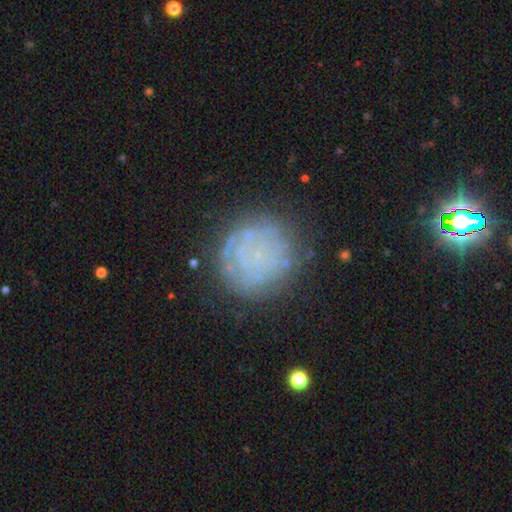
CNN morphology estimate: The model was most divided on "smooth or featured": featured or disk: 46%, smooth: 38%, star or artifact: 16%. More confident: merging — none (74%).